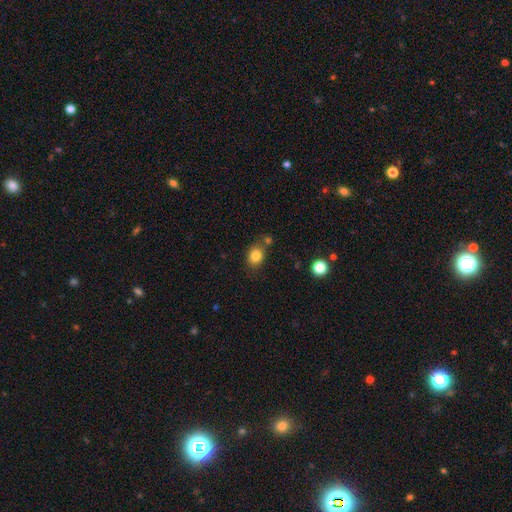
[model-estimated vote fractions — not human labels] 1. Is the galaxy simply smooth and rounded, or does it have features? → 83% smooth, 10% star or artifact, 6% featured or disk.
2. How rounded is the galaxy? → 55% round, 44% in between, 1% cigar-shaped.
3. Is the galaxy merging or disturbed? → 70% none, 14% minor disturbance, 12% merger, 4% major disturbance.